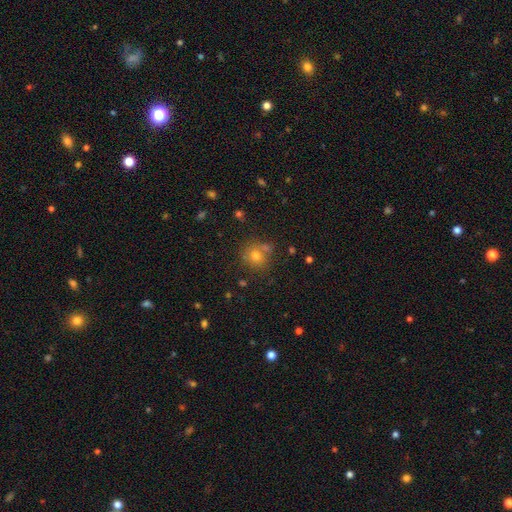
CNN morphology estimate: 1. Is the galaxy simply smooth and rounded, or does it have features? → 71% smooth, 18% star or artifact, 10% featured or disk.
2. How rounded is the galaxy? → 86% round, 13% in between, 1% cigar-shaped.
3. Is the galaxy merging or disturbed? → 69% none, 15% merger, 12% minor disturbance, 4% major disturbance.